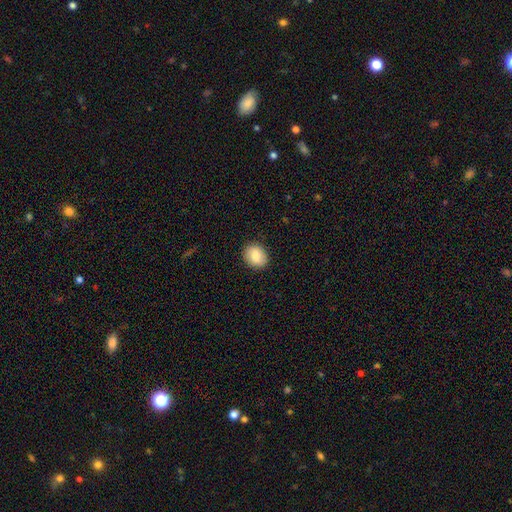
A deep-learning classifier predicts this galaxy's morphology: This appears to be a smooth galaxy with no disk features (82%) that is round (50%). Merging: none (89%).